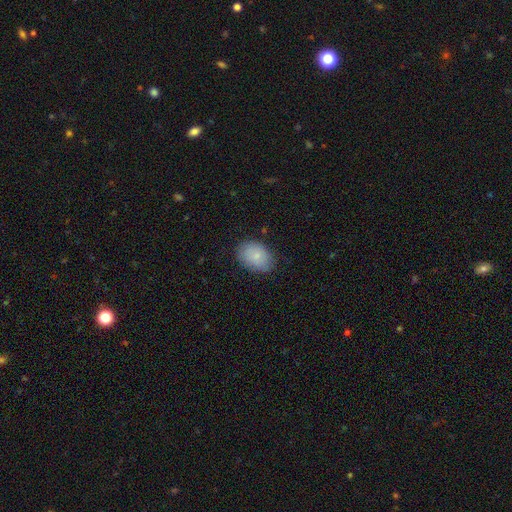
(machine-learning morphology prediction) Smooth or featured?
  - smooth: 84% *
  - featured or disk: 9%
  - star or artifact: 7%
How rounded?
  - in between: 82% *
  - round: 17%
  - cigar-shaped: 1%
Merging?
  - none: 80% *
  - minor disturbance: 16%
  - major disturbance: 3%
  - merger: 1%